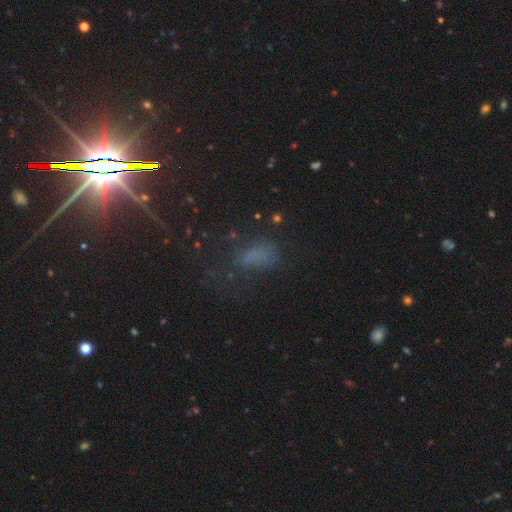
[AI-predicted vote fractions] This appears to be a smooth galaxy with no disk features (46%). Merging: none (49%).